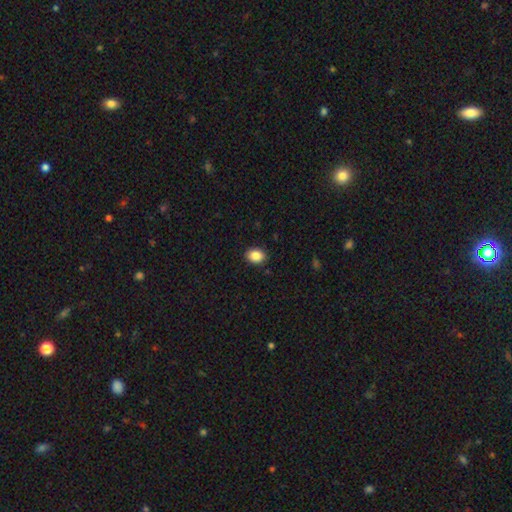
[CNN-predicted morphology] Smooth or featured: smooth — 88% (star or artifact — 8%)
How rounded: in between — 62% (round — 37%)
Merging: none — 90% (minor disturbance — 7%)